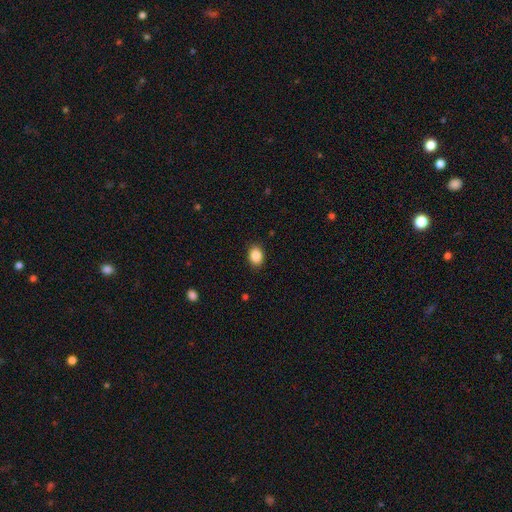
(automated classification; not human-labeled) A smooth galaxy with no disk features (88%) that is in between round and cigar-shaped (66%). Merging: none (88%).